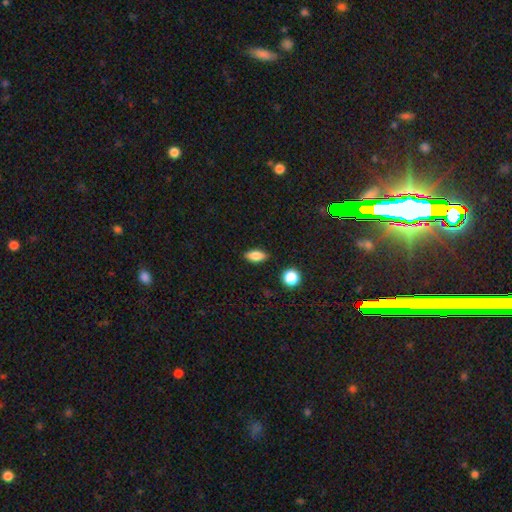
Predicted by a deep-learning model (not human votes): smooth-or-featured: smooth: 81% | featured or disk: 11% | star or artifact: 9%
  how-rounded: in between: 81% | cigar-shaped: 13% | round: 6%
  merging: none: 86% | minor disturbance: 10% | major disturbance: 2% | merger: 2%